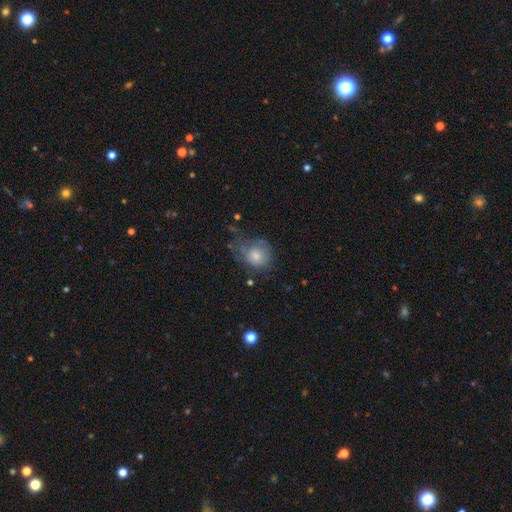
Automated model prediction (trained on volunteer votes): A smooth galaxy with no disk features (59%) that is round (70%). Merging: none (42%).